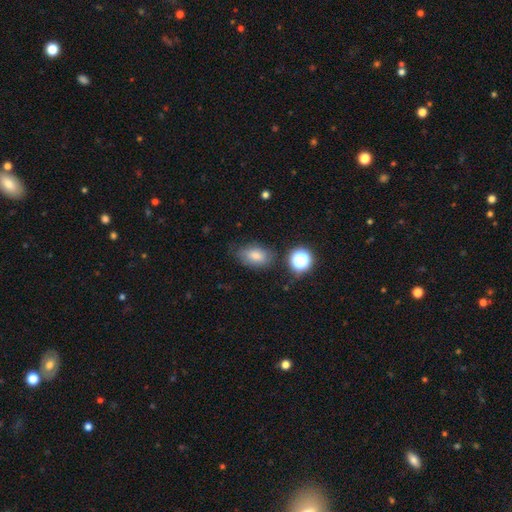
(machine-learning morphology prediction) This is likely a smooth galaxy (80%). How rounded: clearly in between (86%). Merging: likely none (72%).